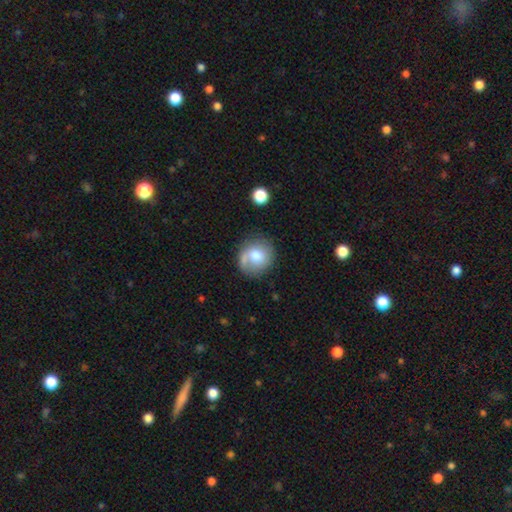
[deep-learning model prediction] A smooth galaxy with no disk features (64%) that is round (79%).

Vote fractions:
- Smooth or featured? smooth: 64% / featured or disk: 28% / star or artifact: 8%
- How rounded? round: 79% / in between: 20% / cigar-shaped: 1%
- Merging? none: 62% / minor disturbance: 21% / major disturbance: 10% / merger: 6%